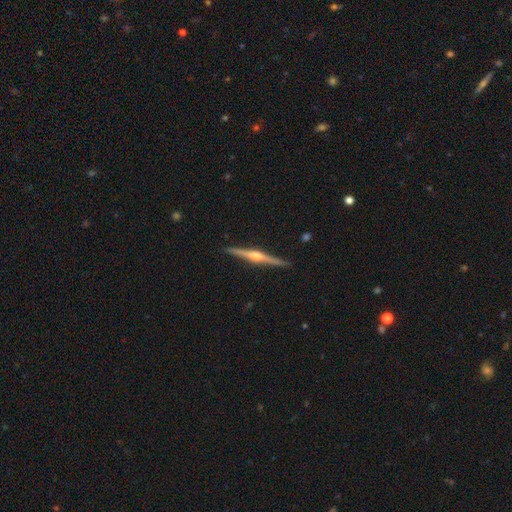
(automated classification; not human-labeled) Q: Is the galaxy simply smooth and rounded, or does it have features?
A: featured or disk — 83%.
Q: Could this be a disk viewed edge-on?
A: yes — 99%.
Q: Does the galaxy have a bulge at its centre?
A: rounded — 89%.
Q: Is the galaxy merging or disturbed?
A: none — 91%.